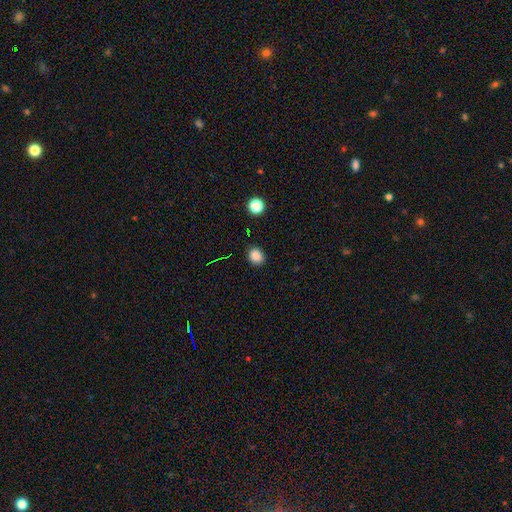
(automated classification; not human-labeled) Morphology: type=smooth (85%); roundness=round (59%); merging=none (87%).